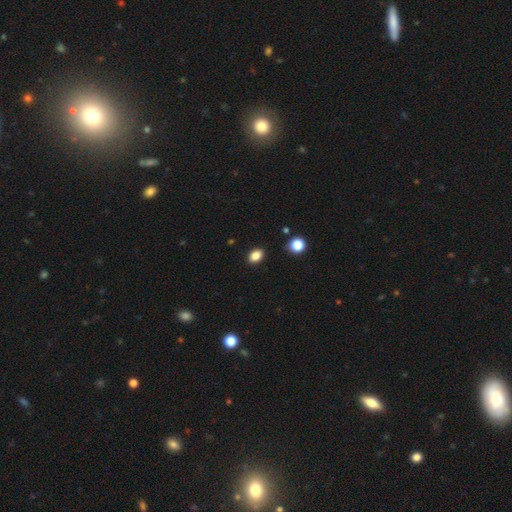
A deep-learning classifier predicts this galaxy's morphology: type=smooth (85%); roundness=in between (72%); merging=none (88%).